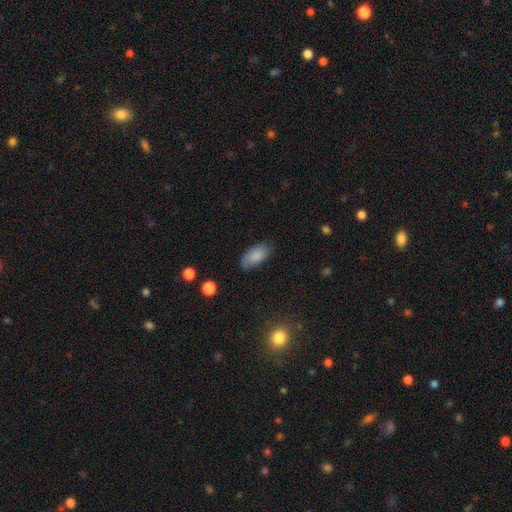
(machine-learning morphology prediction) Smooth or featured? smooth (84%)
How rounded? in between (92%)
Merging? none (79%)